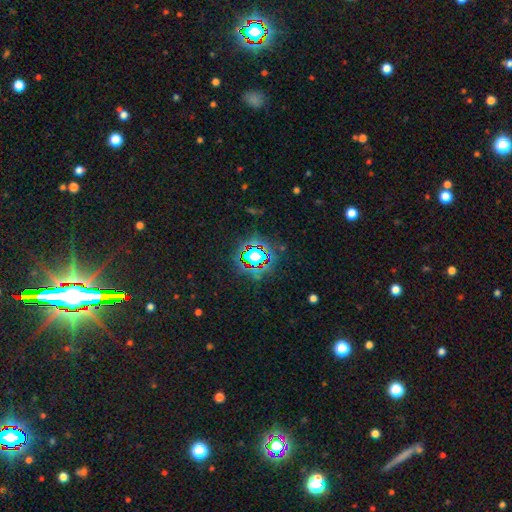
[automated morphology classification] This is likely a star or artifact rather than a galaxy (66%).